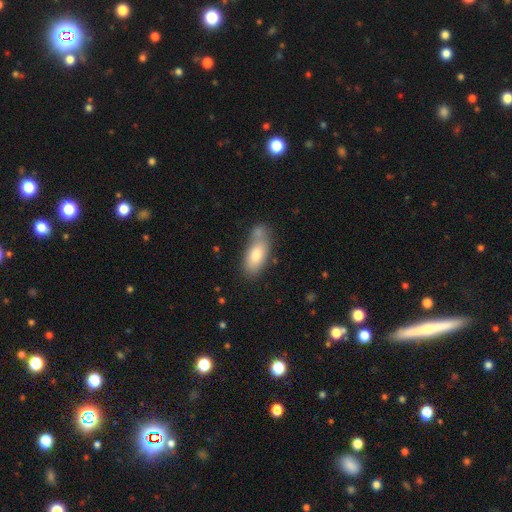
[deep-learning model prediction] A smooth galaxy with no disk features (76%) that is in between round and cigar-shaped (86%). Merging: none (50%).